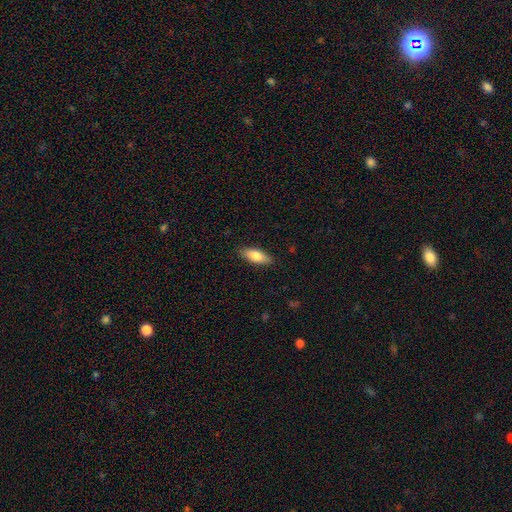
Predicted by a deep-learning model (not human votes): This appears to be a smooth galaxy with no disk features (79%) that is in between round and cigar-shaped (74%). Merging: none (88%).